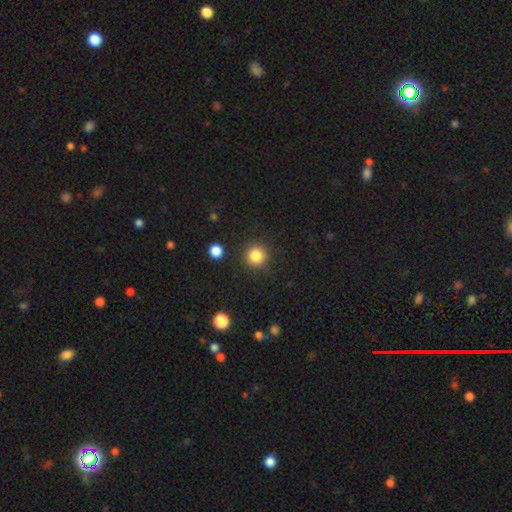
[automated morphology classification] A smooth galaxy with no disk features (84%) that is round (94%). Merging: none (90%).